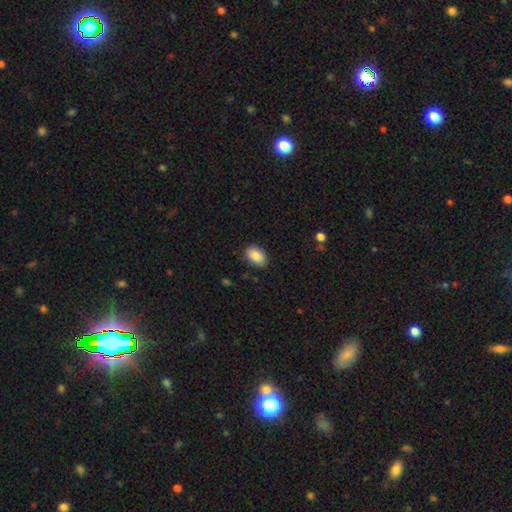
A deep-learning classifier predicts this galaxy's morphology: A smooth galaxy with no disk features (88%) that is in between round and cigar-shaped (88%). Merging: none (87%).